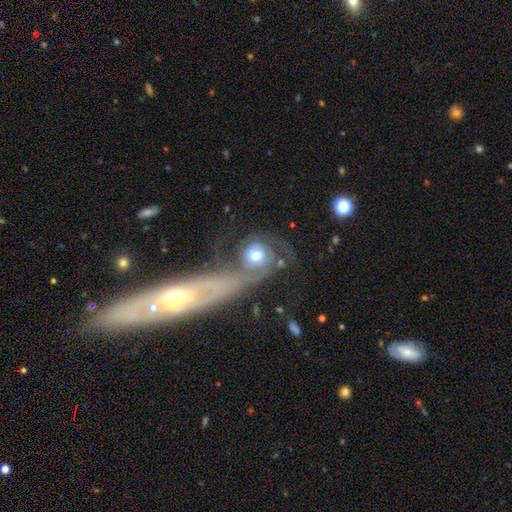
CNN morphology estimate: Overall: featured or disk (69%). Edge-on disk: no (96%). Bar: no (69%). Spiral arms: yes (85%). Spiral arm count: 2 (66%). Spiral winding: medium (41%; tight 31%). Bulge size: moderate (59%; large 23%). Merging: merger (48%; none 21%).